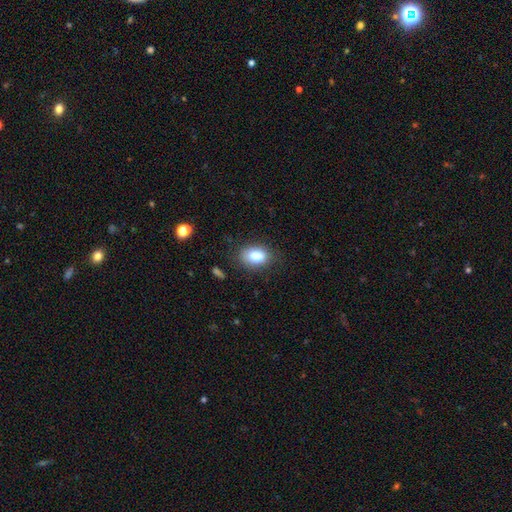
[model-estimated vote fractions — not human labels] The model was most divided on "how rounded": in between: 78%, round: 21%, cigar-shaped: 1%. More confident: smooth or featured — smooth (82%); merging — none (80%).